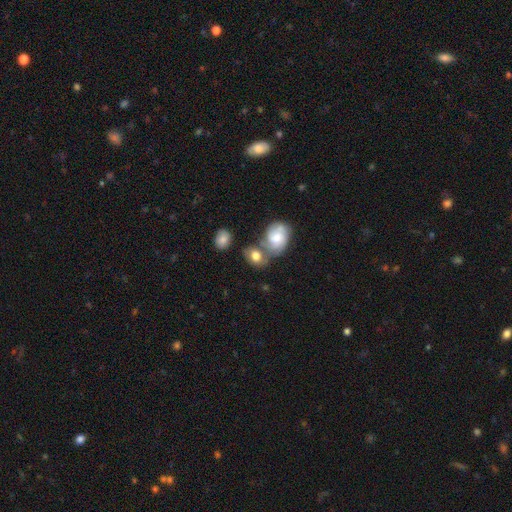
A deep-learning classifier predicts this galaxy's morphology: A smooth galaxy with no disk features (68%) that is in between round and cigar-shaped (67%).

Vote fractions:
- Smooth or featured? smooth: 68% / featured or disk: 23% / star or artifact: 9%
- How rounded? in between: 67% / round: 32% / cigar-shaped: 2%
- Merging? merger: 43% / none: 36% / minor disturbance: 14% / major disturbance: 6%